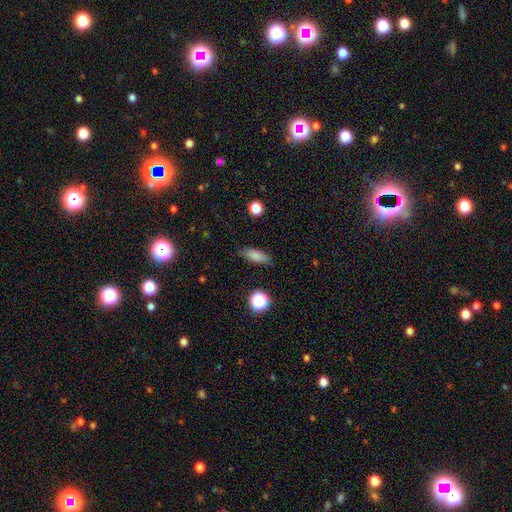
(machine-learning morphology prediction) A smooth galaxy with no disk features (79%) that is in between round and cigar-shaped (65%). Merging: none (81%).